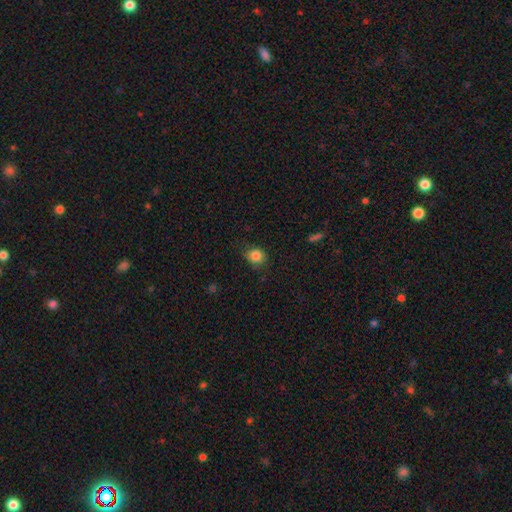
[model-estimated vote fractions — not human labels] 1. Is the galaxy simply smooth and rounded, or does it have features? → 84% smooth, 10% star or artifact, 5% featured or disk.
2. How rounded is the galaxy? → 72% round, 27% in between, 1% cigar-shaped.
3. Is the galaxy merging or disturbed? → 73% none, 20% minor disturbance, 5% major disturbance, 1% merger.